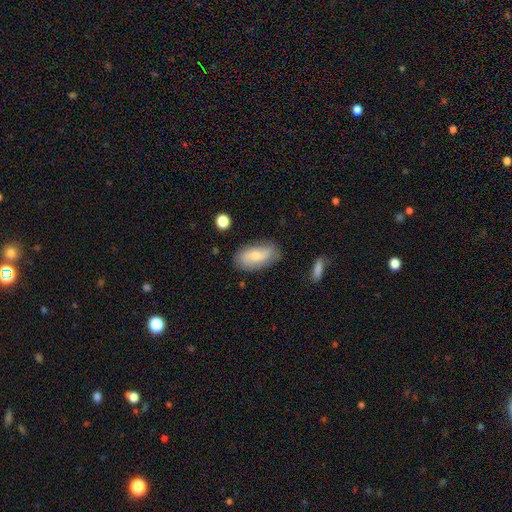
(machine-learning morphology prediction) Overall: smooth (51%; featured or disk 42%). How rounded: in between (91%). Merging: none (74%).